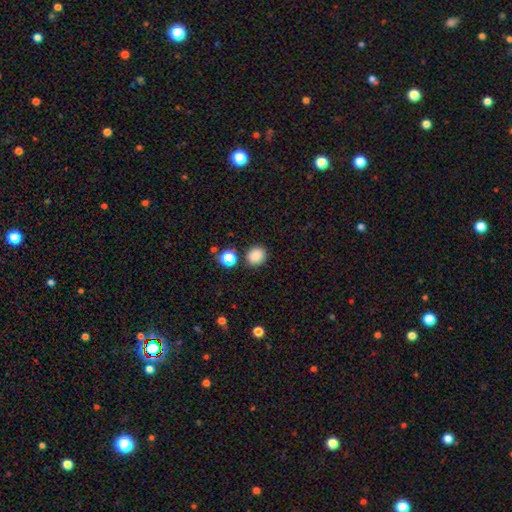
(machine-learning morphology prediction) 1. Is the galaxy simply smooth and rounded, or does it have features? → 84% smooth, 12% star or artifact, 4% featured or disk.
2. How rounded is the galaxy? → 77% round, 22% in between, 1% cigar-shaped.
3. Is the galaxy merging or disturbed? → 85% none, 8% minor disturbance, 5% merger, 3% major disturbance.